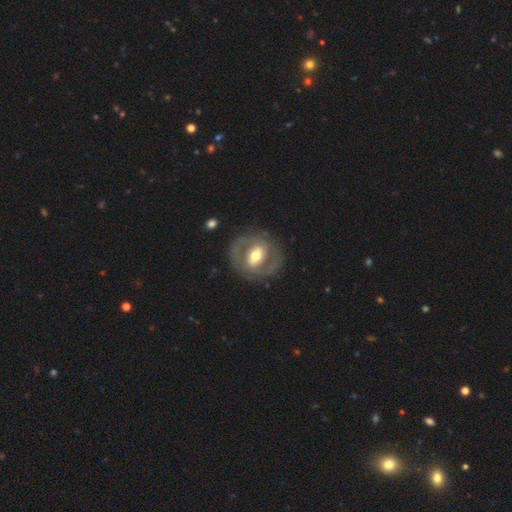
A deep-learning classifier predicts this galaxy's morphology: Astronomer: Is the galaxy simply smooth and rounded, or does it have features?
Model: featured or disk — 73%.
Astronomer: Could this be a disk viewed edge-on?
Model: no — 95%.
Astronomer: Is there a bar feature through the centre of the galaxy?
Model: strong — 40% (runner-up: weak, 36%).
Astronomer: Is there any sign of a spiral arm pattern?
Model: yes — 62% (runner-up: no, 38%).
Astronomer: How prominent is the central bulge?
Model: moderate — 68%.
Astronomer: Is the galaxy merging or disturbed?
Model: none — 79%.